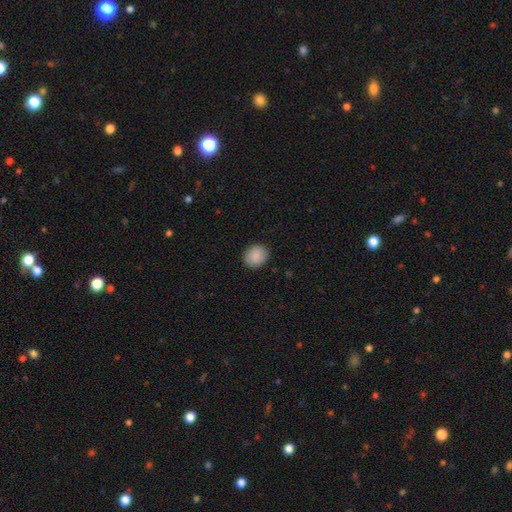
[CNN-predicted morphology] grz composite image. It shows a smooth galaxy with no disk features (90%) that is round (67%). Merging: none (90%).